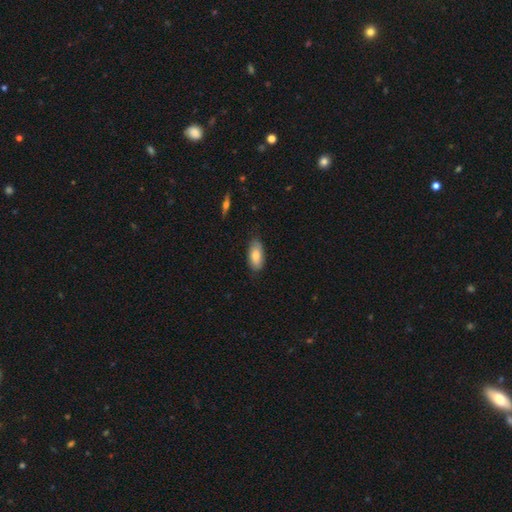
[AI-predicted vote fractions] Smooth or featured: smooth — 80% (featured or disk — 14%)
How rounded: in between — 91% (cigar-shaped — 7%)
Merging: none — 79% (minor disturbance — 17%)